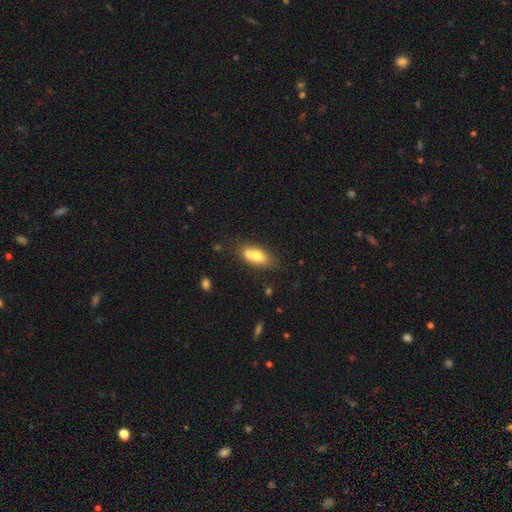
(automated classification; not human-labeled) Smooth or featured? smooth (66%)
How rounded? in between (78%)
Merging? none (47%)